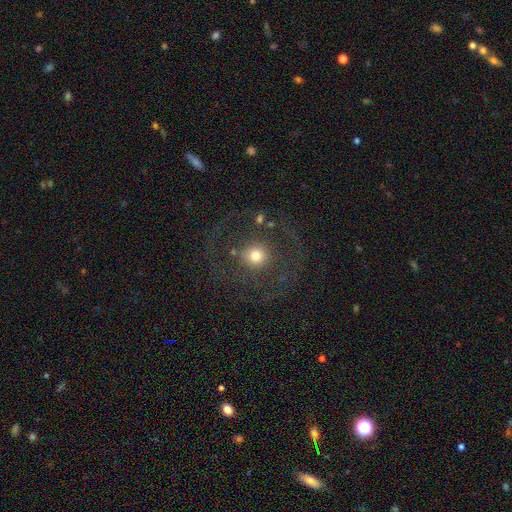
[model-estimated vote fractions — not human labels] Smooth or featured?
  - smooth: 52% *
  - featured or disk: 34%
  - star or artifact: 14%
How rounded?
  - round: 89% *
  - in between: 10%
  - cigar-shaped: 1%
Merging?
  - none: 66% *
  - major disturbance: 18%
  - minor disturbance: 13%
  - merger: 3%